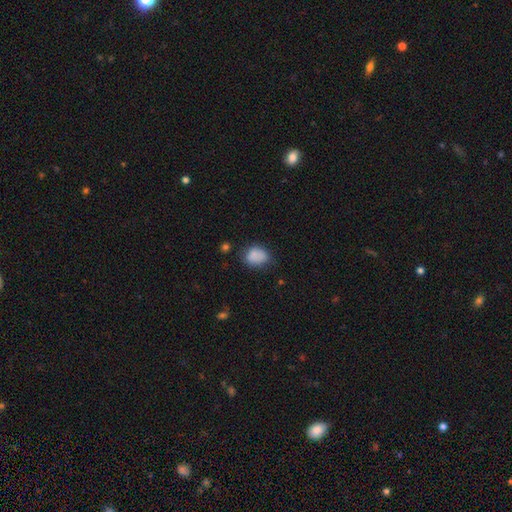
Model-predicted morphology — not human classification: Smooth or featured: smooth — 79% (featured or disk — 11%)
How rounded: in between — 58% (round — 41%)
Merging: none — 55% (minor disturbance — 27%)